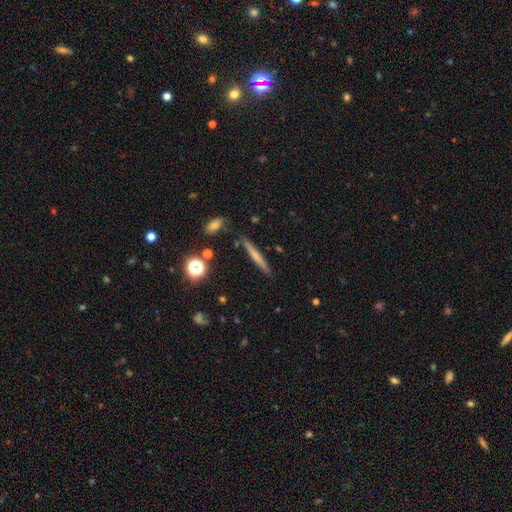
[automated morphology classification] Smooth or featured? Predicted: smooth (p=0.51). How rounded? Predicted: cigar-shaped (p=0.93). Merging? Predicted: none (p=0.87).